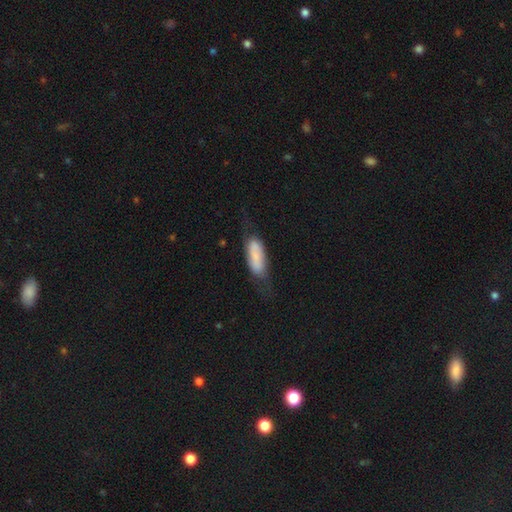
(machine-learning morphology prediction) Q: Smooth or featured?
A: smooth (65%); runner-up: featured or disk (28%)
Q: How rounded?
A: in between (69%); runner-up: cigar-shaped (28%)
Q: Merging?
A: none (50%); runner-up: minor disturbance (28%)